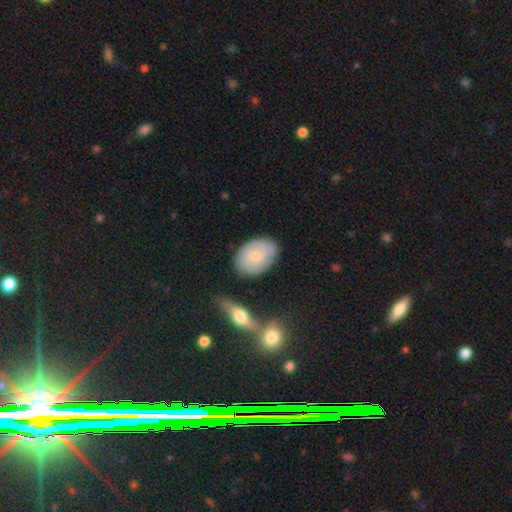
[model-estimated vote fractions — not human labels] This appears to be a smooth galaxy with no disk features (47%, tied with featured or disk). Merging: none (77%).